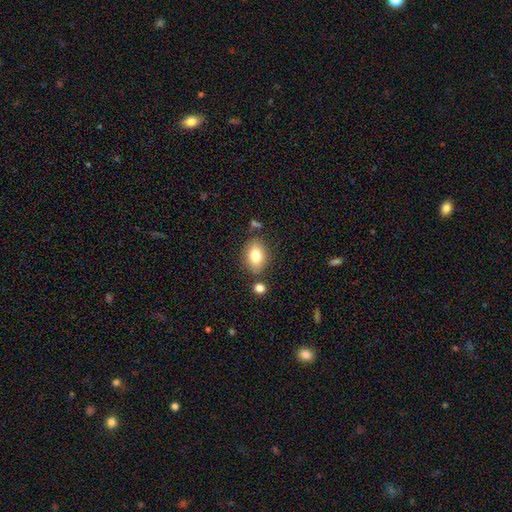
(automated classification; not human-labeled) smooth-or-featured: smooth: 79% | featured or disk: 12% | star or artifact: 8%
  how-rounded: in between: 80% | round: 18% | cigar-shaped: 2%
  merging: none: 77% | minor disturbance: 13% | merger: 7% | major disturbance: 3%